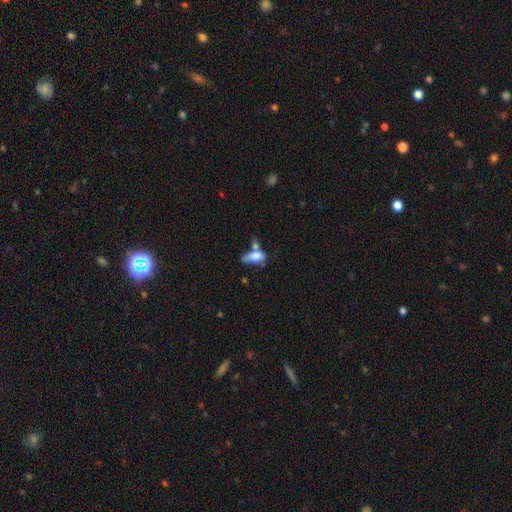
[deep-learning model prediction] A smooth galaxy with no disk features (69%) that is in between round and cigar-shaped (82%). Merging: merger (44%).